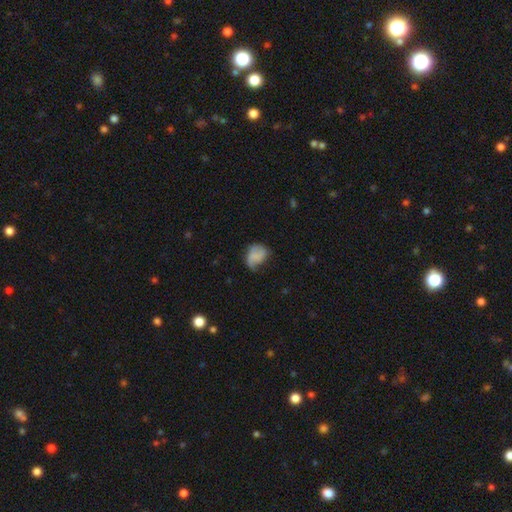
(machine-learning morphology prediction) Q: Smooth or featured?
A: smooth (54%); runner-up: featured or disk (37%)
Q: How rounded?
A: in between (58%); runner-up: round (41%)
Q: Merging?
A: none (45%); runner-up: minor disturbance (34%)